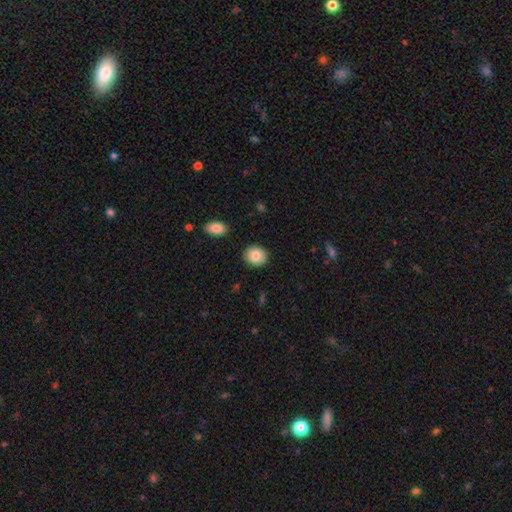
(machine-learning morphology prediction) smooth-or-featured: smooth: 83% | featured or disk: 9% | star or artifact: 7%
  how-rounded: round: 67% | in between: 32% | cigar-shaped: 1%
  merging: none: 88% | minor disturbance: 8% | major disturbance: 2% | merger: 1%